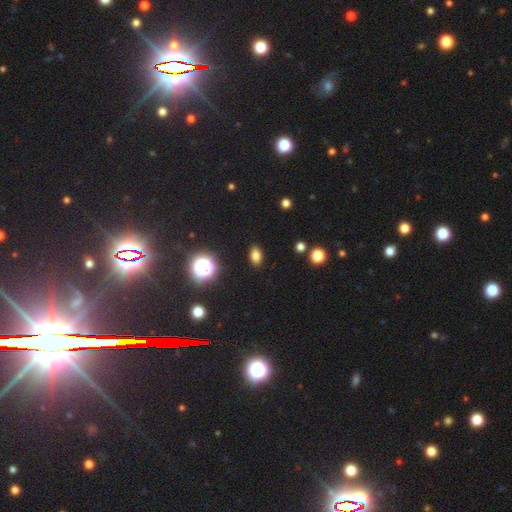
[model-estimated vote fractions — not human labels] Smooth or featured? smooth (77%)
How rounded? in between (84%)
Merging? none (89%)